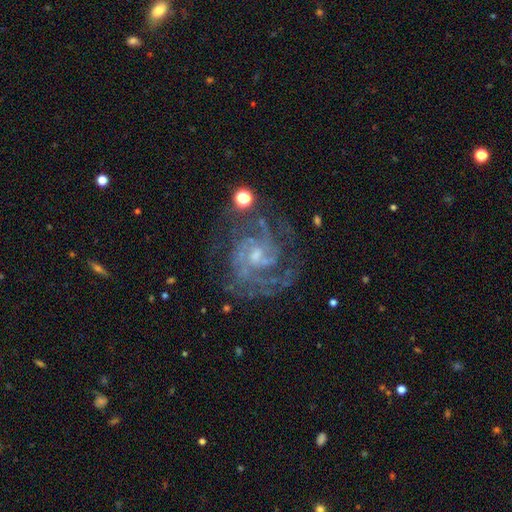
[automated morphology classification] Smooth or featured?
  - featured or disk: 87% *
  - star or artifact: 8%
  - smooth: 6%
Edge-on disk?
  - no: 98% *
  - yes: 2%
Bar?
  - no: 50% *
  - weak: 42%
  - strong: 8%
Spiral arms?
  - yes: 95% *
  - no: 5%
Spiral winding?
  - tight: 48% *
  - medium: 42%
  - loose: 10%
Spiral arm count?
  - 2: 31% *
  - can't tell: 25%
  - 3: 24%
  - 4: 9%
  - 1: 6%
  - more than 4: 6%
Bulge size?
  - small: 49% *
  - moderate: 36%
  - none: 11%
  - large: 2%
  - dominant: 1%
Merging?
  - none: 64% *
  - minor disturbance: 18%
  - major disturbance: 15%
  - merger: 3%